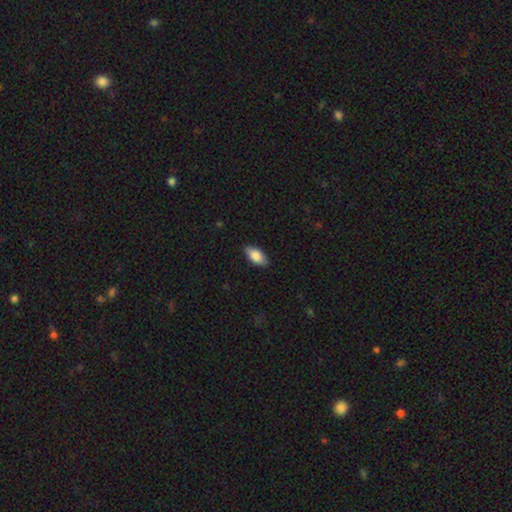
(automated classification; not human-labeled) smooth-or-featured: smooth: 85% | featured or disk: 8% | star or artifact: 6%
  how-rounded: in between: 92% | cigar-shaped: 6% | round: 3%
  merging: none: 86% | minor disturbance: 11% | major disturbance: 2% | merger: 1%